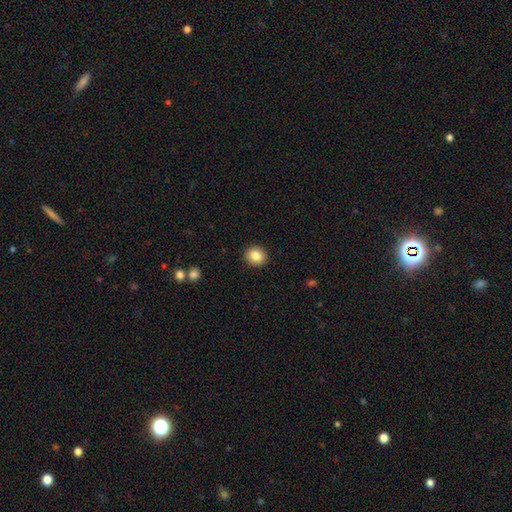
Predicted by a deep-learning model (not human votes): A smooth galaxy with no disk features (85%) that is round (81%).

Vote fractions:
- Smooth or featured? smooth: 85% / star or artifact: 9% / featured or disk: 6%
- How rounded? round: 81% / in between: 18% / cigar-shaped: 1%
- Merging? none: 91% / minor disturbance: 6% / major disturbance: 2% / merger: 1%